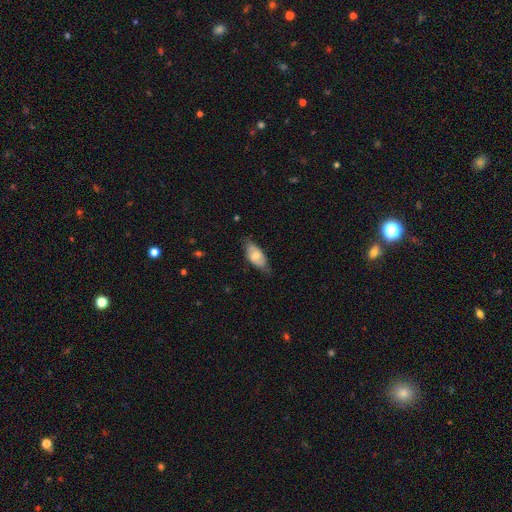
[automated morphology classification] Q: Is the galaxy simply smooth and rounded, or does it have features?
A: smooth — 60%.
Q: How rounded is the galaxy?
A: in between — 90%.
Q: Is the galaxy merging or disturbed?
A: none — 65%.